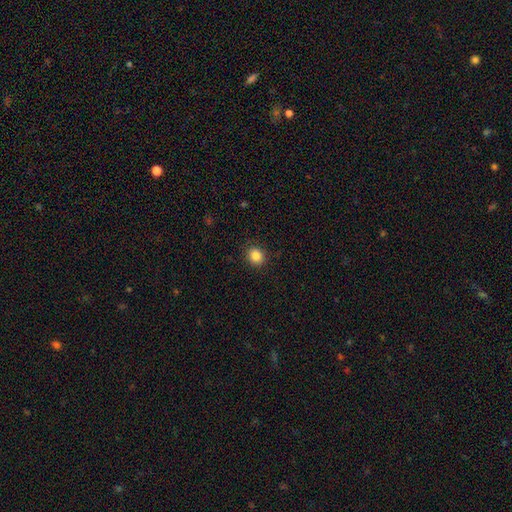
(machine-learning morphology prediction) This appears to be a smooth galaxy with no disk features (85%) that is round (73%). Merging: none (90%).